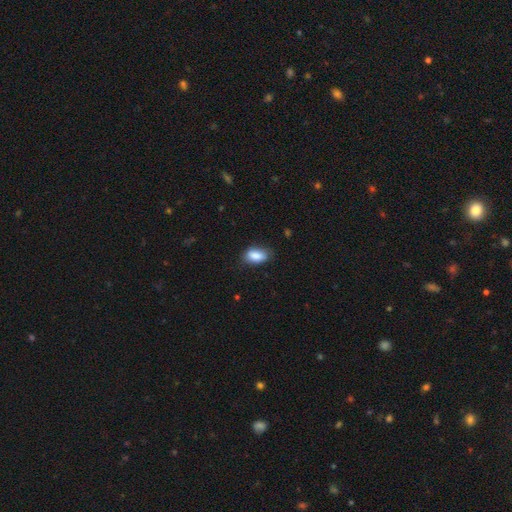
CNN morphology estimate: Smooth or featured?
  - smooth: 87% *
  - star or artifact: 7%
  - featured or disk: 6%
How rounded?
  - in between: 91% *
  - round: 6%
  - cigar-shaped: 4%
Merging?
  - none: 74% *
  - minor disturbance: 21%
  - major disturbance: 4%
  - merger: 1%